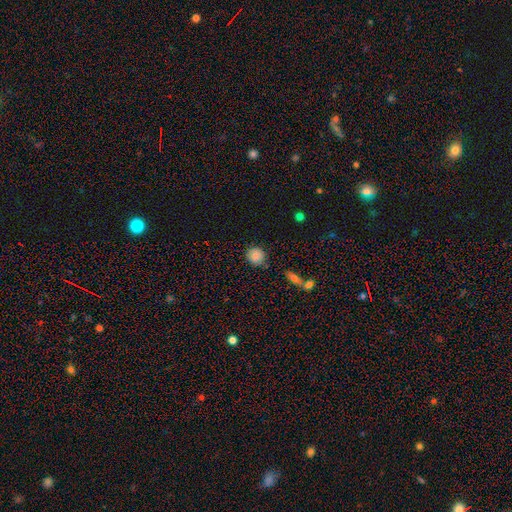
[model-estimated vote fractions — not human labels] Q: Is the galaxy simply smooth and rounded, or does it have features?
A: smooth — 81%.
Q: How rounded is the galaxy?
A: round — 86%.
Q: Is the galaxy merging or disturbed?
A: none — 83%.